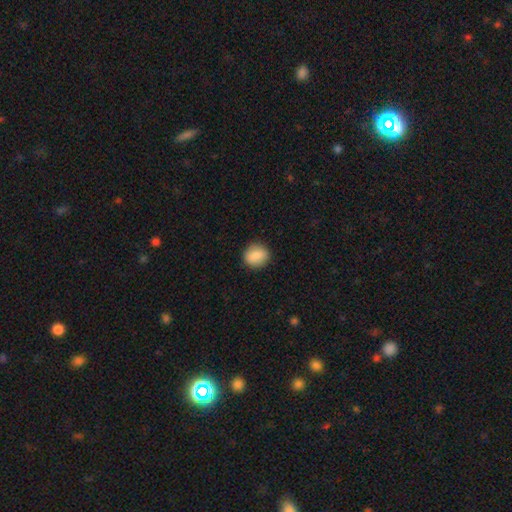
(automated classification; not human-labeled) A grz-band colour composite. It shows a smooth galaxy with no disk features (88%) that is round (76%). Merging: none (89%).